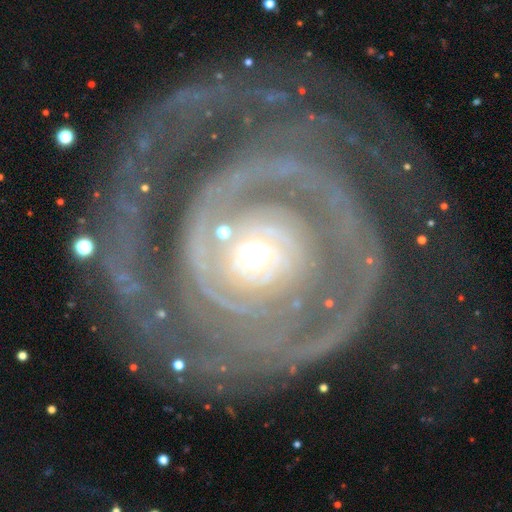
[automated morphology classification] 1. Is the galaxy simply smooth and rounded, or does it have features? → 90% featured or disk, 5% smooth, 5% star or artifact.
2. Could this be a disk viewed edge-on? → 97% no, 3% yes.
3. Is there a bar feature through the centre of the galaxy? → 78% no, 15% weak, 7% strong.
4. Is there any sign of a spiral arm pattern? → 94% yes, 6% no.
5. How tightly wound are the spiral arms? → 64% tight, 24% medium, 11% loose.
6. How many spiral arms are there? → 34% 2, 21% can't tell, 15% 3, 12% 1, 9% 4, 9% more than 4.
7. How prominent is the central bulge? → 46% small, 45% moderate, 6% large, 2% dominant, 1% none.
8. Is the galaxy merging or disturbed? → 48% none, 32% major disturbance, 16% minor disturbance, 4% merger.